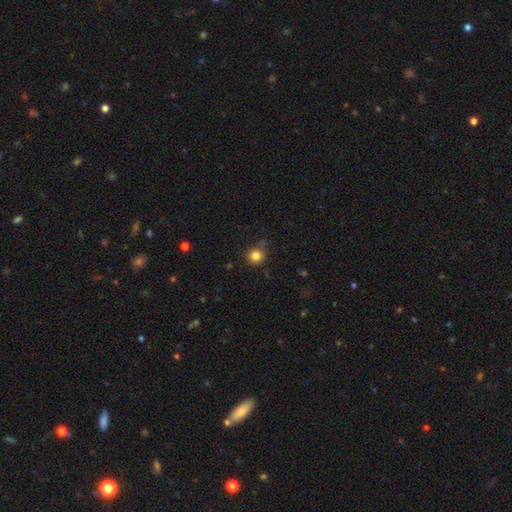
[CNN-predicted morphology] Smooth or featured?
  - smooth: 82% *
  - star or artifact: 12%
  - featured or disk: 5%
How rounded?
  - round: 92% *
  - in between: 7%
  - cigar-shaped: 1%
Merging?
  - none: 81% *
  - minor disturbance: 13%
  - merger: 3%
  - major disturbance: 3%